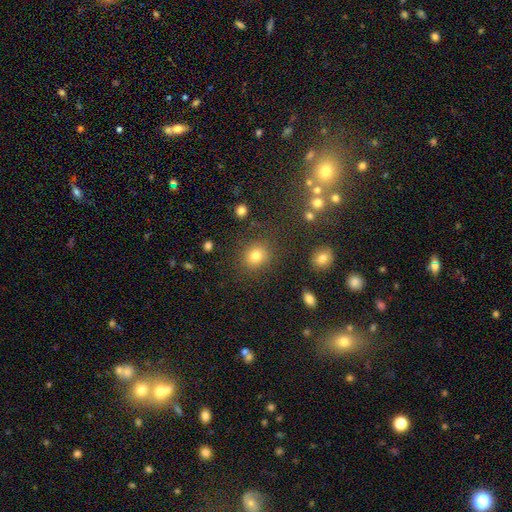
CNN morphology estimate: Q: Smooth or featured?
A: smooth (80%); runner-up: star or artifact (13%)
Q: How rounded?
A: round (77%); runner-up: in between (22%)
Q: Merging?
A: none (83%); runner-up: minor disturbance (9%)